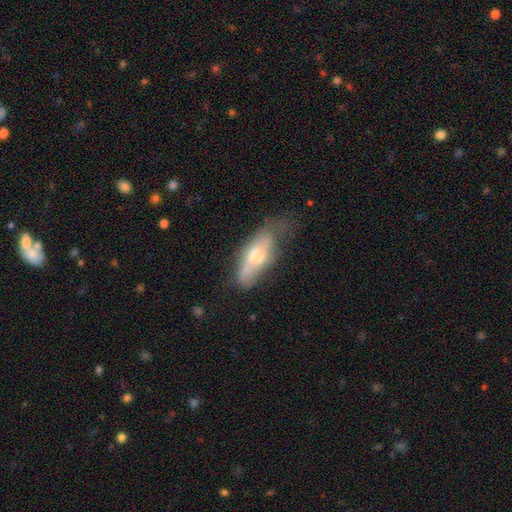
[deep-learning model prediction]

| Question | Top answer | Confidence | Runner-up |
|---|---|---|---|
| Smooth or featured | smooth | 52% | featured or disk (41%) |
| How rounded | in between | 67% | cigar-shaped (31%) |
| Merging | none | 37% | minor disturbance (34%) |